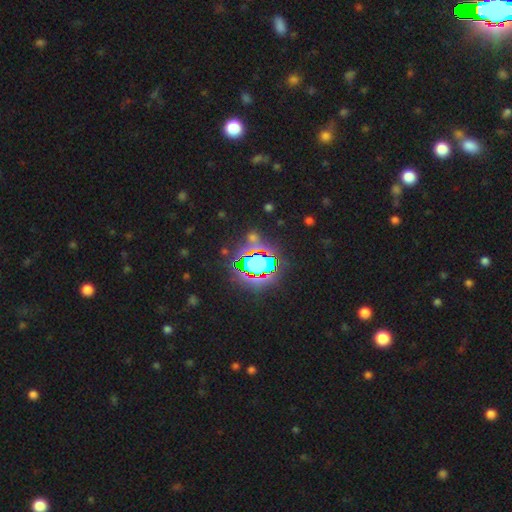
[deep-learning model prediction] This is clearly a star or artifact rather than a galaxy (80%).